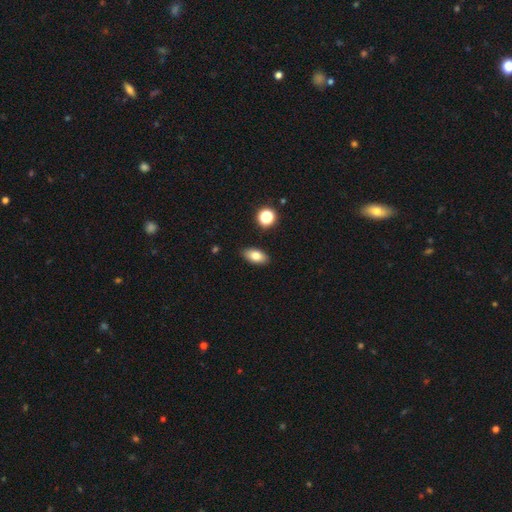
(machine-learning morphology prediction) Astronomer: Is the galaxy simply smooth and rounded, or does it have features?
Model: smooth — 80%.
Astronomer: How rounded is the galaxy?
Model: in between — 90%.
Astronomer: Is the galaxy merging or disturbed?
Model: none — 88%.